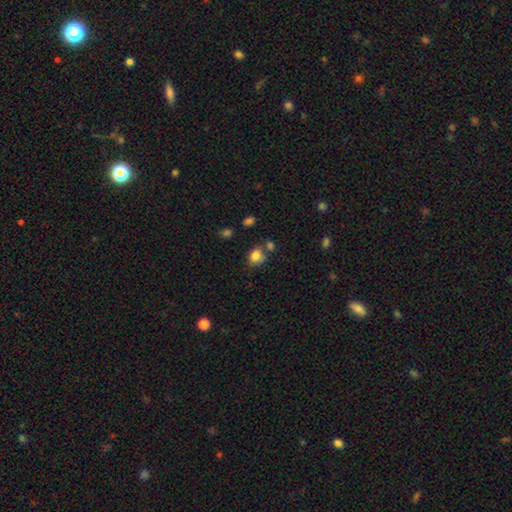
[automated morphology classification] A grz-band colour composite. It shows a smooth galaxy with no disk features (82%) that is in between round and cigar-shaped (55%). Merging: none (57%).